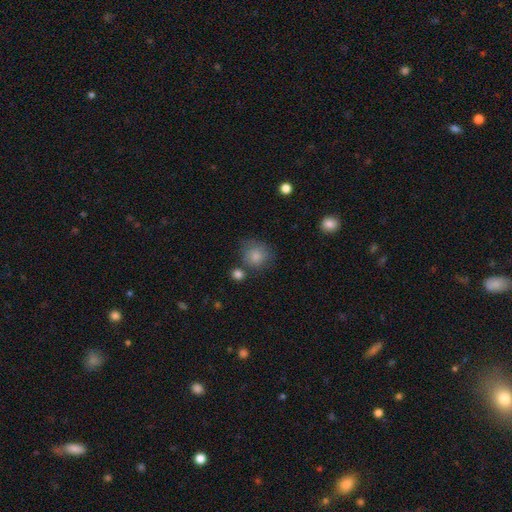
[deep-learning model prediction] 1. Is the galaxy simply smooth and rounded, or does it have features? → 82% smooth, 9% star or artifact, 9% featured or disk.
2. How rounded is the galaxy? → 82% round, 17% in between, 1% cigar-shaped.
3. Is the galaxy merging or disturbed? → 61% none, 21% minor disturbance, 10% merger, 8% major disturbance.